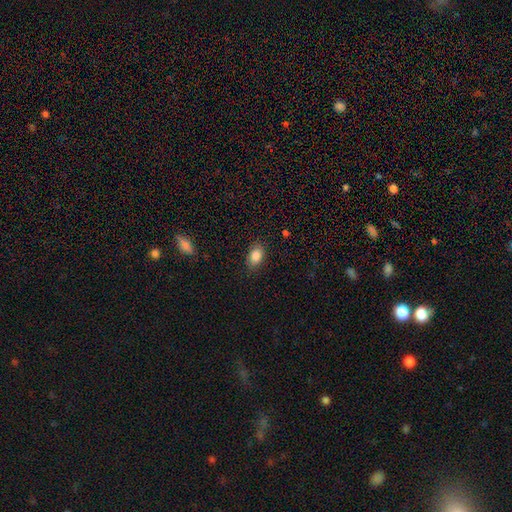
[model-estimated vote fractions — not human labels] A smooth galaxy with no disk features (85%) that is in between round and cigar-shaped (84%). Merging: none (84%).